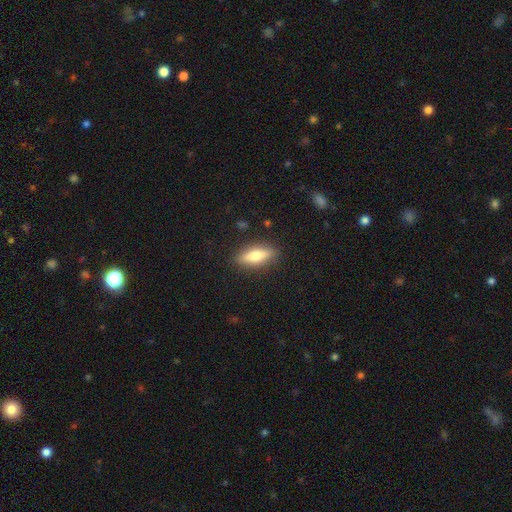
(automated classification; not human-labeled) Morphology: type=smooth (62%); roundness=in between (52%); merging=none (87%).